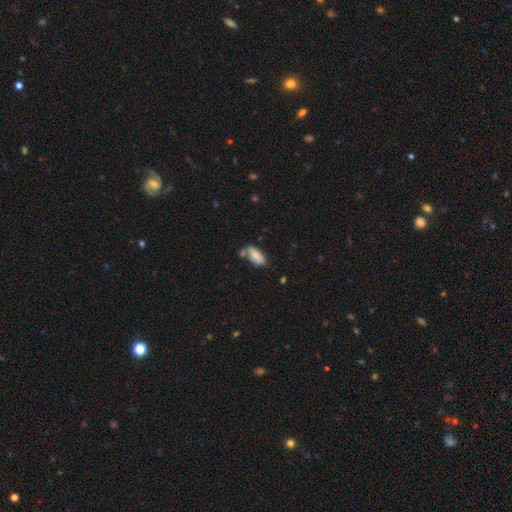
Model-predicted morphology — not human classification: smooth-or-featured: smooth: 79% | featured or disk: 14% | star or artifact: 7%
  how-rounded: in between: 89% | cigar-shaped: 9% | round: 2%
  merging: none: 57% | minor disturbance: 21% | merger: 17% | major disturbance: 5%